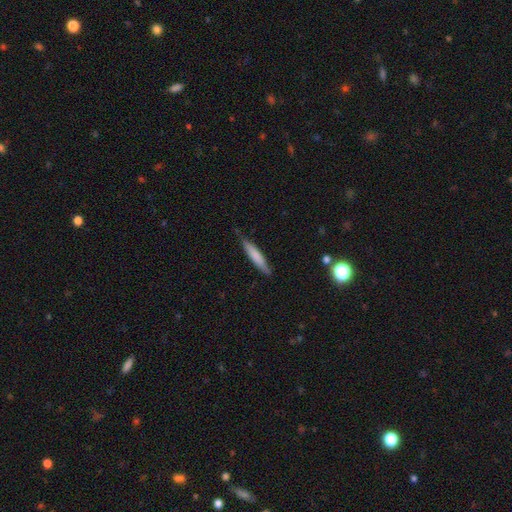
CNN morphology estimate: Overall: smooth (68%). How rounded: cigar-shaped (88%). Merging: none (77%).